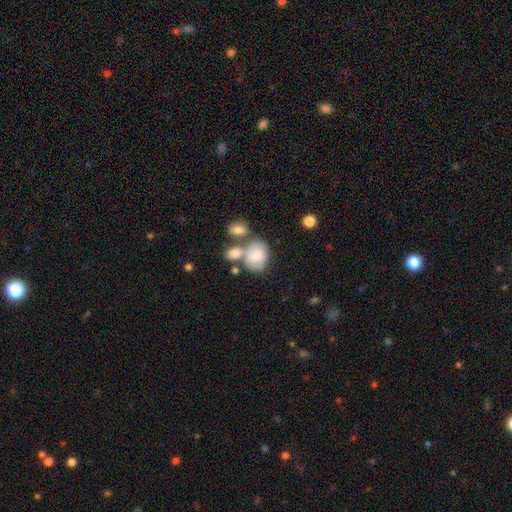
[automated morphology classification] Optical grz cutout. It shows a smooth galaxy with no disk features (73%) that is in between round and cigar-shaped (56%). Merging: merger (40%).